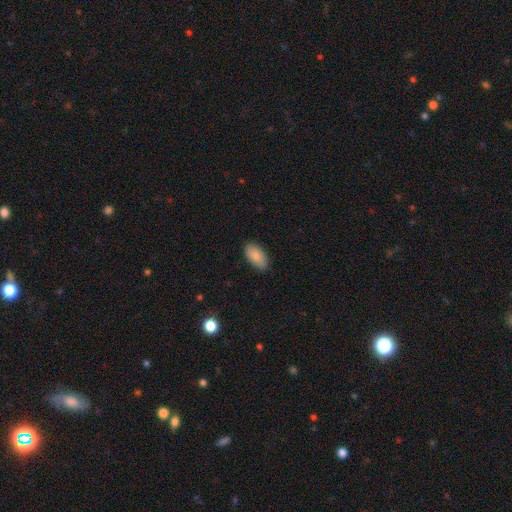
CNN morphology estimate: The model was most divided on "merging": none: 84%, minor disturbance: 12%, major disturbance: 2%, merger: 1%. More confident: how rounded — in between (94%); smooth or featured — smooth (86%).